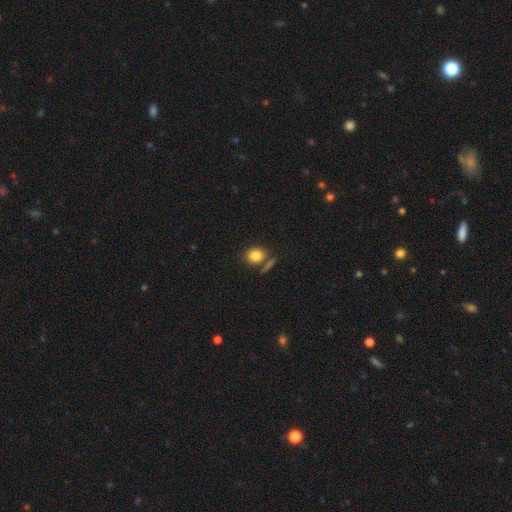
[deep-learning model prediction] Smooth or featured? smooth (83%)
How rounded? round (61%)
Merging? none (68%)